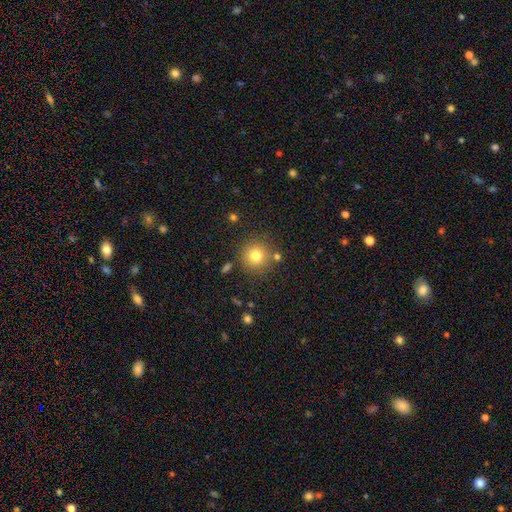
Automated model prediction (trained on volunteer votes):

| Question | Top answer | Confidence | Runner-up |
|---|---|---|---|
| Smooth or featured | smooth | 77% | star or artifact (13%) |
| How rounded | round | 94% | in between (5%) |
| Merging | none | 83% | minor disturbance (9%) |